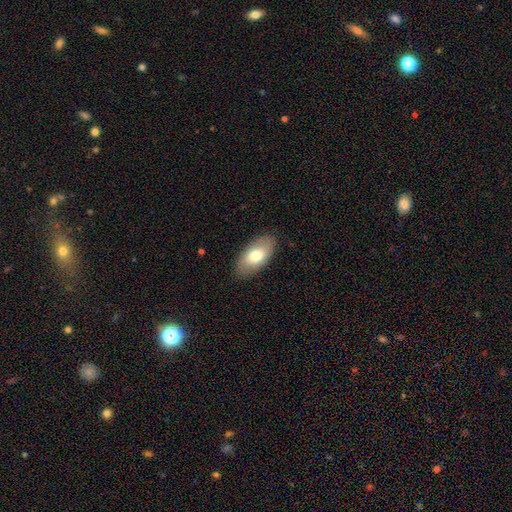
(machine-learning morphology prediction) Overall: smooth (70%). How rounded: in between (94%). Merging: none (86%).